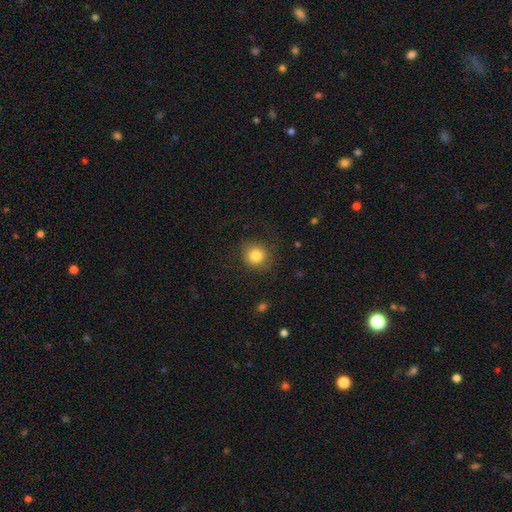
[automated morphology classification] type=smooth (83%); roundness=round (88%); merging=none (84%).